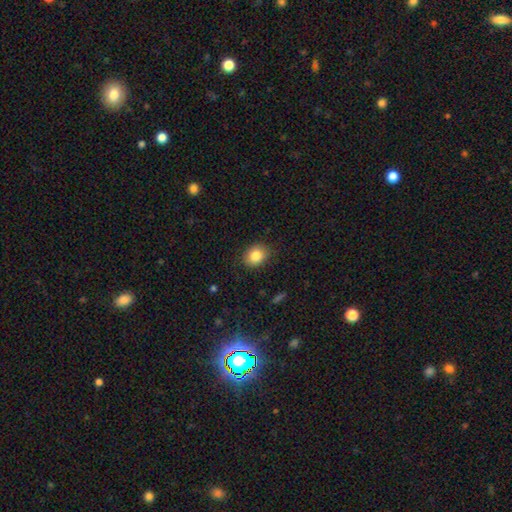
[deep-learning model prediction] A smooth galaxy with no disk features (84%) that is in between round and cigar-shaped (52%). Merging: none (85%).